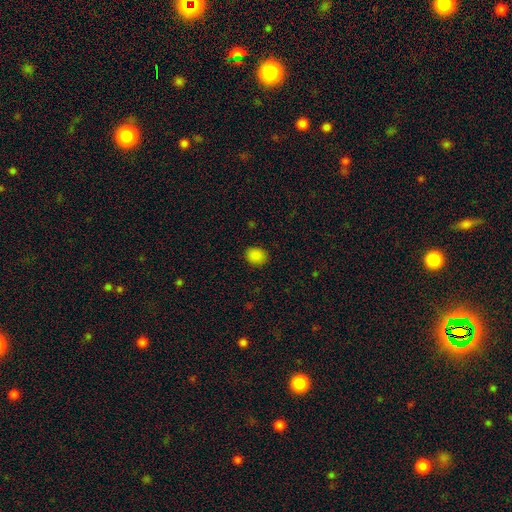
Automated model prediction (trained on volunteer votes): smooth 86%, star or artifact 11%, featured or disk 3%. Down the decision tree: how rounded — round (57%); merging — none (88%).